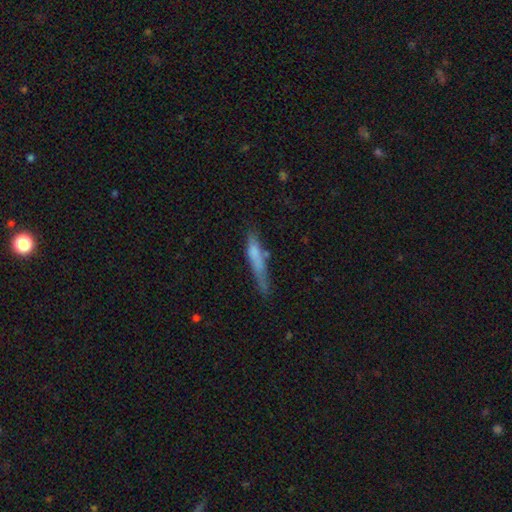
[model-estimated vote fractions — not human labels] Morphology: type=smooth (65%); roundness=cigar-shaped (89%); merging=none (57%).